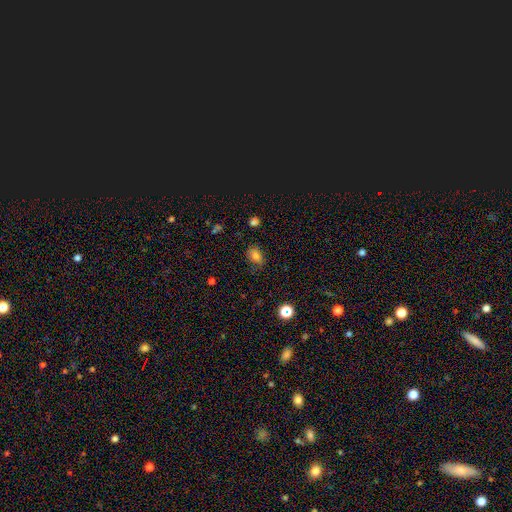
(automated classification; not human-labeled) The model was most divided on "merging": none: 74%, minor disturbance: 19%, major disturbance: 5%, merger: 2%. More confident: how rounded — in between (80%); smooth or featured — smooth (78%).